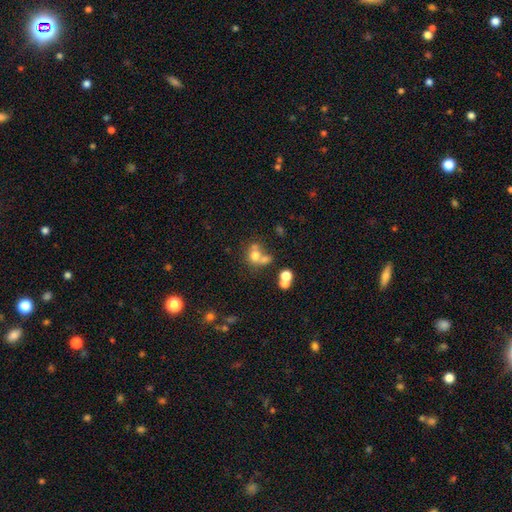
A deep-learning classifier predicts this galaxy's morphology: Smooth or featured: smooth — 65% (featured or disk — 19%)
How rounded: round — 70% (in between — 29%)
Merging: merger — 48% (none — 35%)